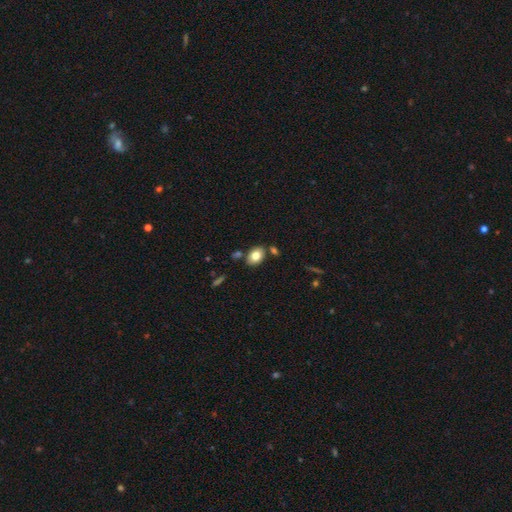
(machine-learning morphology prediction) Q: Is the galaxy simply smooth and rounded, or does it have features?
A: smooth — 79%.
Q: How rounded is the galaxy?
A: in between — 79%.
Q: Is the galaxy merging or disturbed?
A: none — 76%.